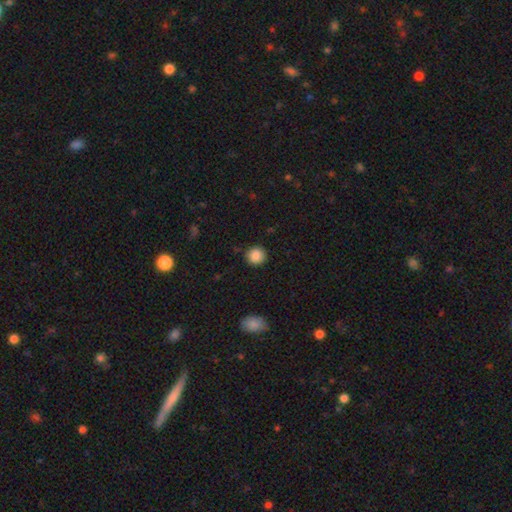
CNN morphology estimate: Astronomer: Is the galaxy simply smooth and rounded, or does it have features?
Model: smooth — 87%.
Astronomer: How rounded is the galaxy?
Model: round — 92%.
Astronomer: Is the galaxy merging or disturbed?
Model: none — 89%.